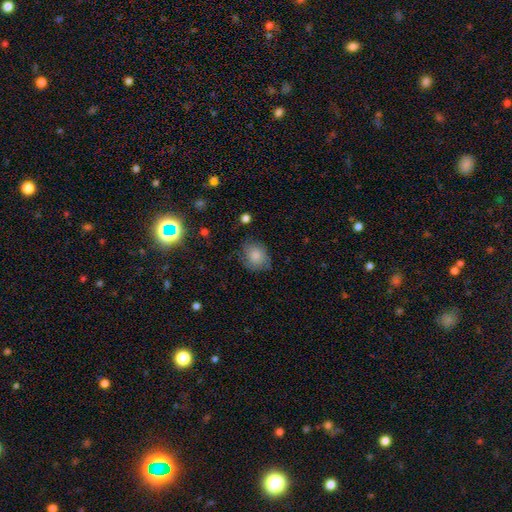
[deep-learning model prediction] Smooth or featured: smooth — 71% (featured or disk — 21%)
How rounded: round — 53% (in between — 46%)
Merging: none — 65% (minor disturbance — 25%)